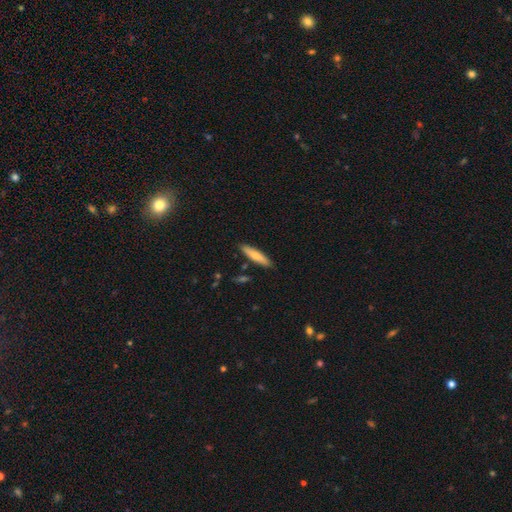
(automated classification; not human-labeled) Smooth or featured: smooth — 70% (featured or disk — 24%)
How rounded: cigar-shaped — 81% (in between — 17%)
Merging: none — 86% (minor disturbance — 9%)